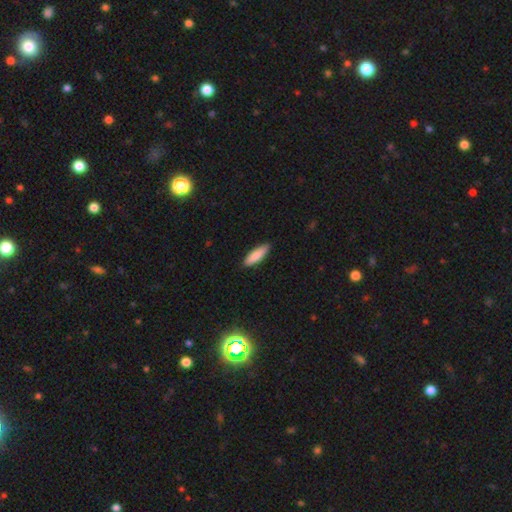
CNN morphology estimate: The model was most divided on "how rounded": cigar-shaped: 55%, in between: 44%, round: 2%. More confident: merging — none (87%); smooth or featured — smooth (84%).